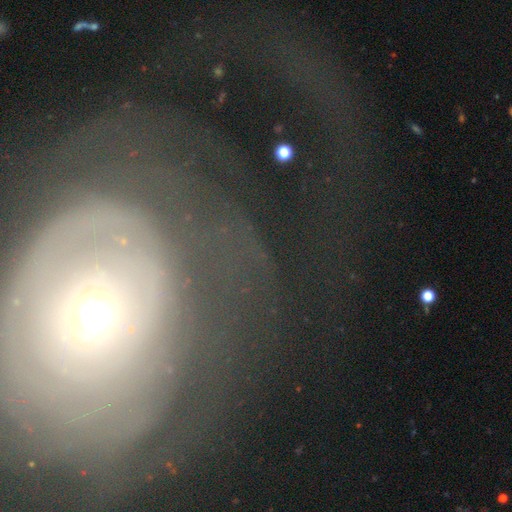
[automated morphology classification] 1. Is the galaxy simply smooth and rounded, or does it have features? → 63% featured or disk, 23% smooth, 15% star or artifact.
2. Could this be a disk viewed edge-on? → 94% no, 6% yes.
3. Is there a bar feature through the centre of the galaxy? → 80% no, 13% weak, 7% strong.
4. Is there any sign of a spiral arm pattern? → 58% yes, 42% no.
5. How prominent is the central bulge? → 50% moderate, 39% small, 6% large, 3% dominant, 2% none.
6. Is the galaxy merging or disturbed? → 52% none, 30% major disturbance, 14% minor disturbance, 4% merger.